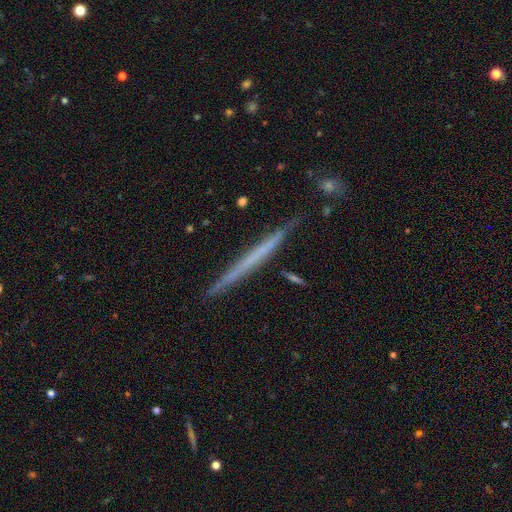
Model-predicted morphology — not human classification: featured or disk 53%, smooth 41%, star or artifact 6%. Down the decision tree: edge-on disk — yes (97%); edge-on bulge — none (93%); merging — none (88%).